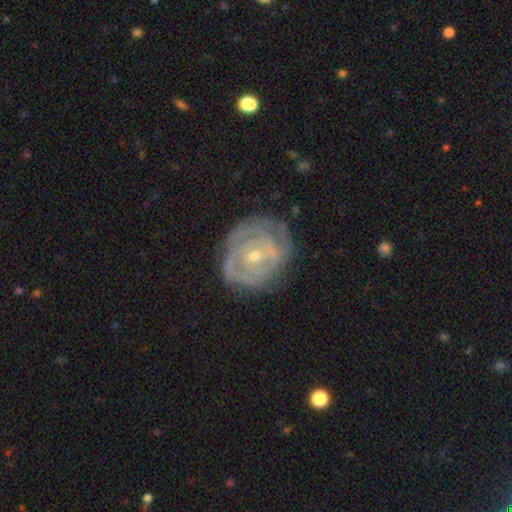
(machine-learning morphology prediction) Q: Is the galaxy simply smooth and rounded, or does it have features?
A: featured or disk — 79%.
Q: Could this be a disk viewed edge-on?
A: no — 97%.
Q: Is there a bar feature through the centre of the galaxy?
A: no — 68%.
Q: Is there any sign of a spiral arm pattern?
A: yes — 80%.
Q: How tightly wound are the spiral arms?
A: tight — 73%.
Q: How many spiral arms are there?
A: can't tell — 47%.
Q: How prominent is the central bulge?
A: small — 66%.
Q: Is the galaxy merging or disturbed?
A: none — 65%.